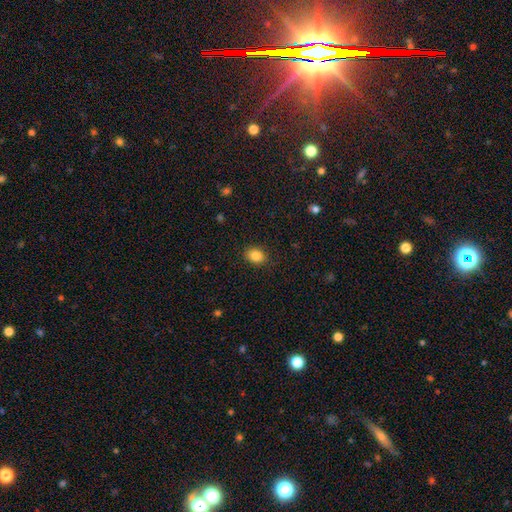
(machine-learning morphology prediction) Smooth or featured? Predicted: smooth (p=0.86). How rounded? Predicted: in between (p=0.55). Merging? Predicted: none (p=0.88).